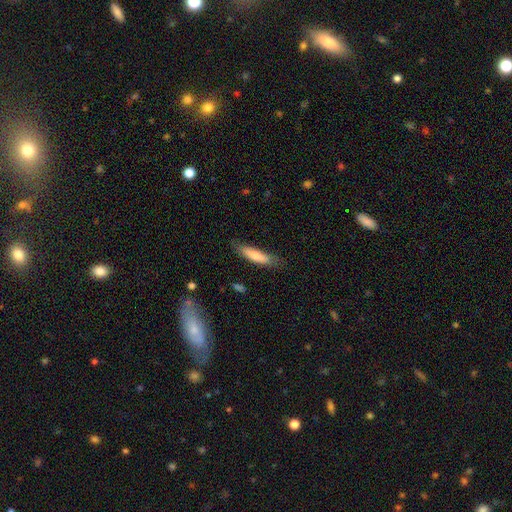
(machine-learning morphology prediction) smooth-or-featured: smooth: 76% | featured or disk: 18% | star or artifact: 6%
  how-rounded: cigar-shaped: 74% | in between: 25% | round: 1%
  merging: none: 77% | minor disturbance: 17% | major disturbance: 4% | merger: 2%